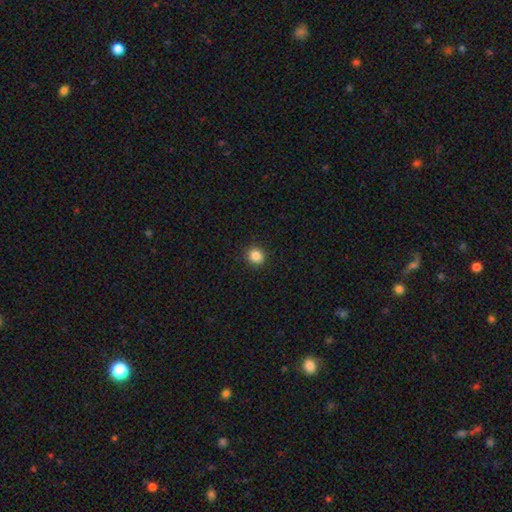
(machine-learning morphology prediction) This is clearly a smooth galaxy (85%). How rounded: clearly round (84%). Merging: clearly none (92%).